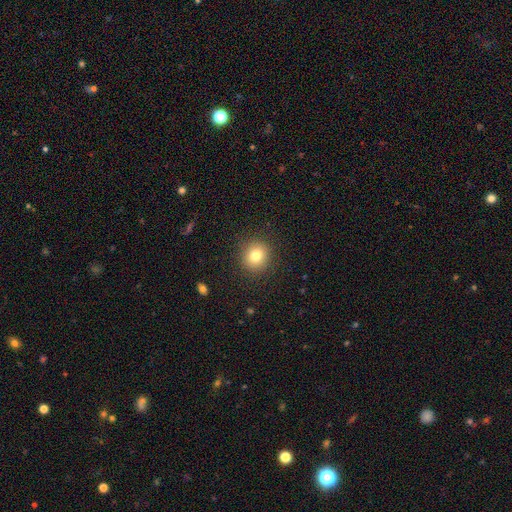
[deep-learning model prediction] Overall: smooth (80%). How rounded: round (88%). Merging: none (90%).